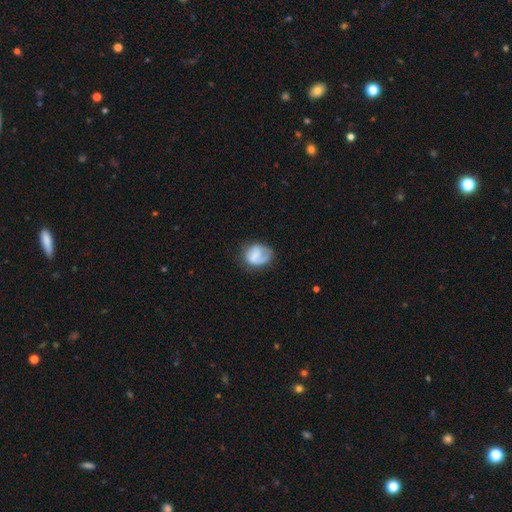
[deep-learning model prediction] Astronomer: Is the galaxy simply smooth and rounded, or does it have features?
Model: smooth — 67%.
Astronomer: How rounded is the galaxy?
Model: round — 53% (runner-up: in between, 46%).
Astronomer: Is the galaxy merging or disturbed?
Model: none — 51% (runner-up: minor disturbance, 29%).